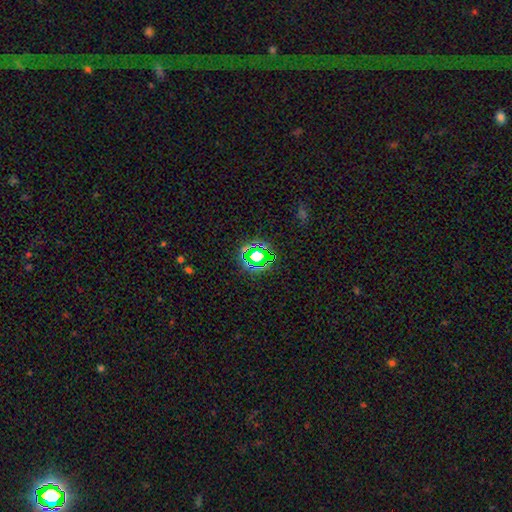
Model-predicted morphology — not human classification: This appears to be a star or artifact, not a galaxy (61%).